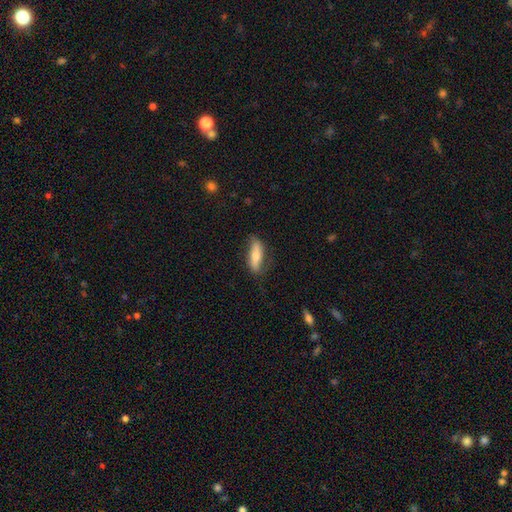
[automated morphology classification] Smooth or featured? Predicted: smooth (p=0.65). How rounded? Predicted: in between (p=0.50). Merging? Predicted: none (p=0.72).